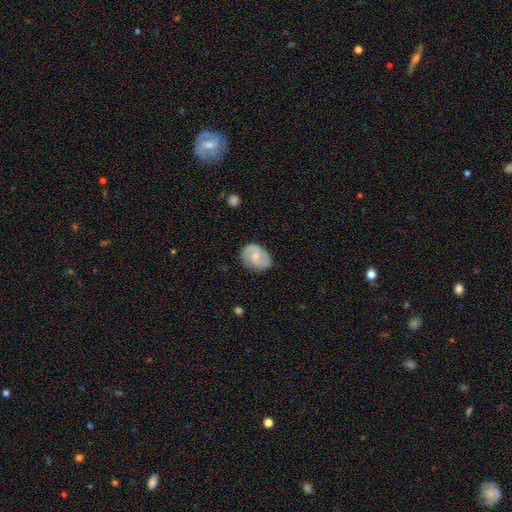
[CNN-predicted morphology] The model was most divided on "bar": no: 51%, weak: 41%, strong: 8%. Remaining: edge-on disk — no (97%); spiral arms — yes (90%); spiral arm count — 2 (83%); merging — none (74%); smooth or featured — featured or disk (64%); bulge size — small (56%); spiral winding — medium (48%).